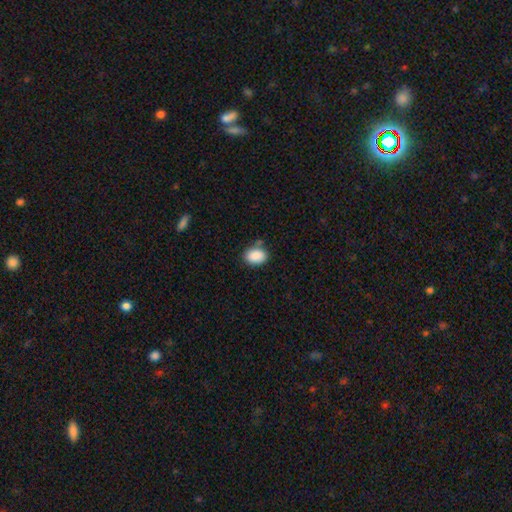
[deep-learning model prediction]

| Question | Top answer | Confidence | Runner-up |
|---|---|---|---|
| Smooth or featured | smooth | 89% | star or artifact (8%) |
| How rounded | in between | 78% | round (21%) |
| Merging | none | 73% | minor disturbance (17%) |